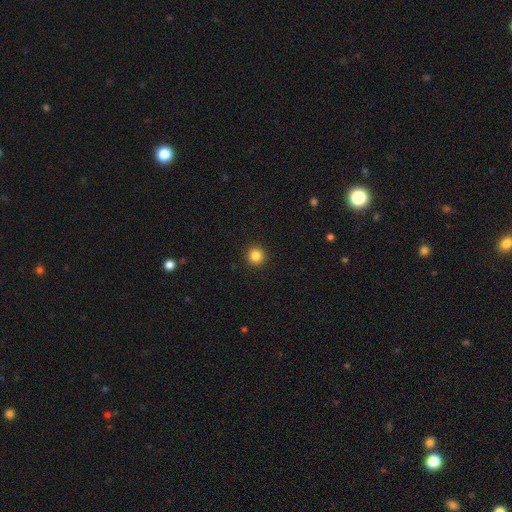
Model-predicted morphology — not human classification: This is clearly a smooth galaxy (85%). How rounded: clearly round (95%). Merging: clearly none (93%).